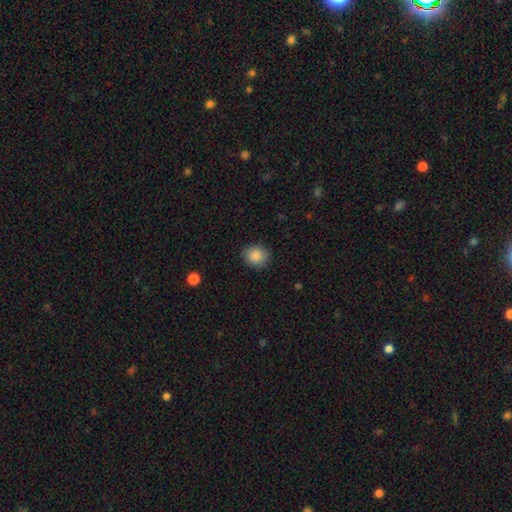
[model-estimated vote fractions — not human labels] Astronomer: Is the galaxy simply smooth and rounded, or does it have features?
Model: smooth — 88%.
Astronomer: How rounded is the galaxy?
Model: round — 75%.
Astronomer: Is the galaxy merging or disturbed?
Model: none — 88%.